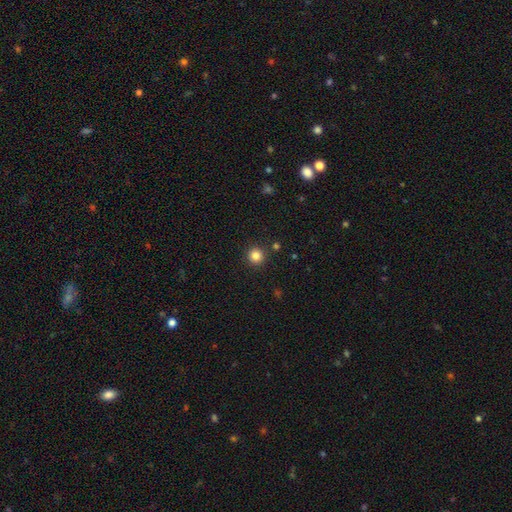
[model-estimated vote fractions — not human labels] A smooth galaxy with no disk features (84%) that is round (95%). Merging: none (90%).